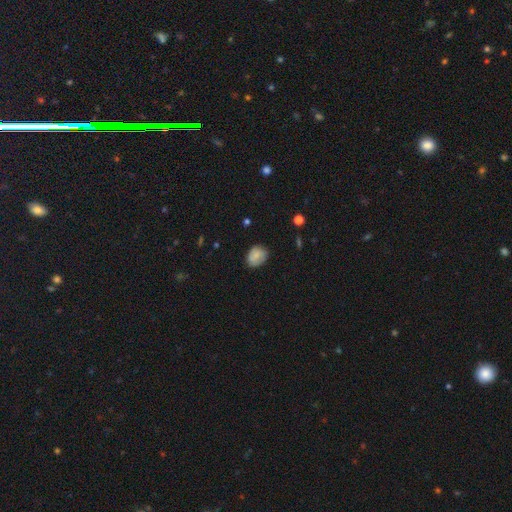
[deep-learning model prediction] smooth-or-featured: smooth: 79% | featured or disk: 12% | star or artifact: 9%
  how-rounded: in between: 56% | round: 43% | cigar-shaped: 1%
  merging: none: 72% | minor disturbance: 22% | major disturbance: 5% | merger: 1%